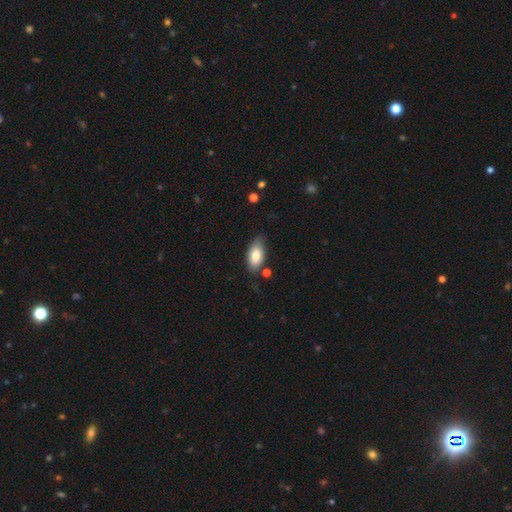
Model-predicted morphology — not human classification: Smooth or featured: smooth — 80% (featured or disk — 13%)
How rounded: in between — 91% (cigar-shaped — 5%)
Merging: none — 71% (minor disturbance — 21%)